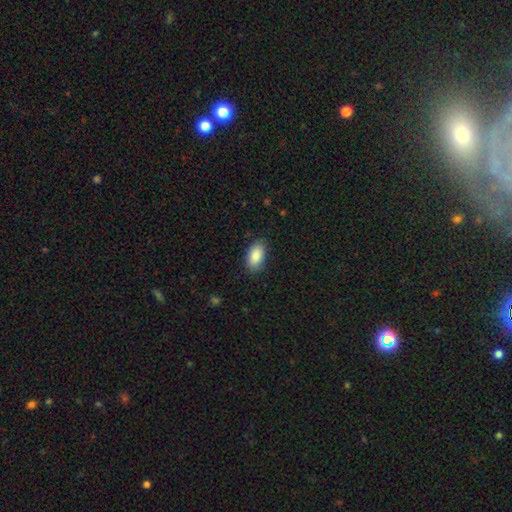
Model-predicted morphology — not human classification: Q: Smooth or featured?
A: smooth (88%); runner-up: star or artifact (7%)
Q: How rounded?
A: in between (94%); runner-up: round (4%)
Q: Merging?
A: none (85%); runner-up: minor disturbance (12%)